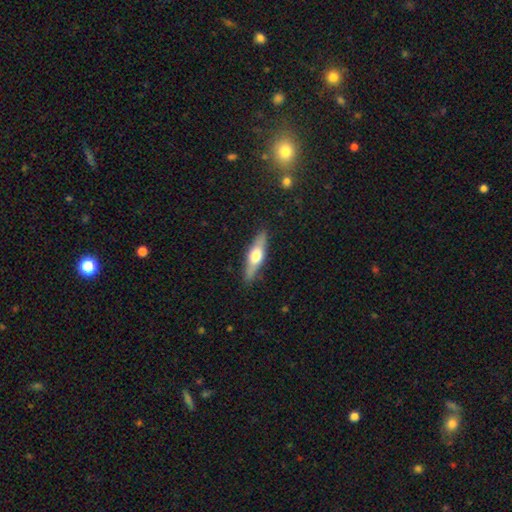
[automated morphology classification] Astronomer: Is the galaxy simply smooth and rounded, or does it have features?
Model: featured or disk — 50% (runner-up: smooth, 44%).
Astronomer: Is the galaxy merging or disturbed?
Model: none — 86%.